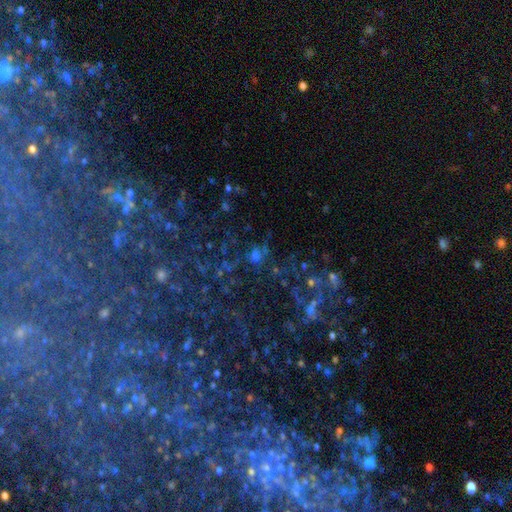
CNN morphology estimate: This is possibly a star or artifact rather than a galaxy (57%).